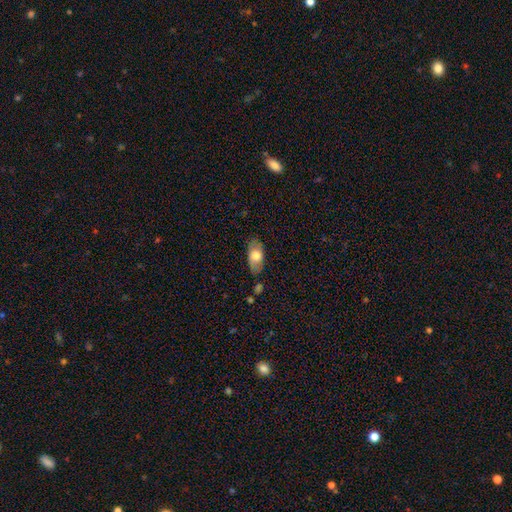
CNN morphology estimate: The model was most divided on "smooth or featured": smooth: 74%, featured or disk: 19%, star or artifact: 6%. More confident: how rounded — in between (90%); merging — none (75%).